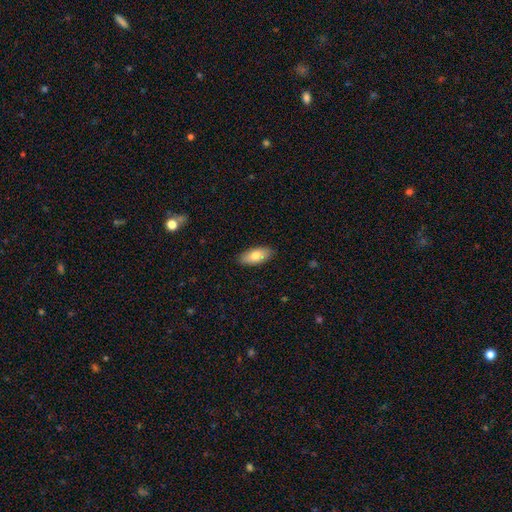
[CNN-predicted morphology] Smooth or featured? smooth (77%)
How rounded? in between (85%)
Merging? none (88%)